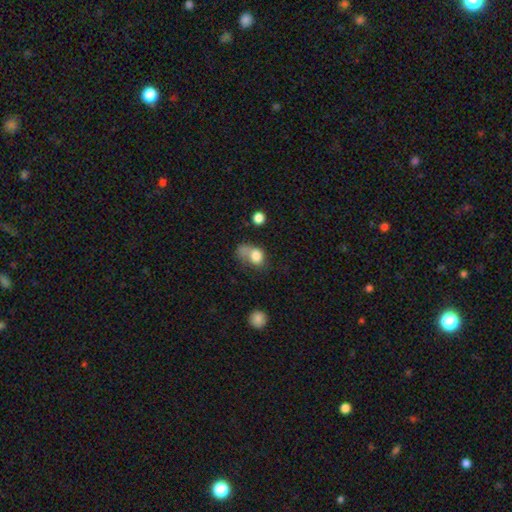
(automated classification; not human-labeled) Overall: smooth (77%). How rounded: round (53%; in between 45%). Merging: major disturbance (33%; none 25%).